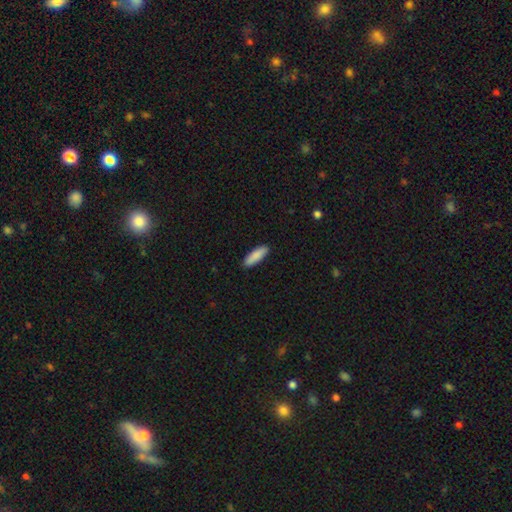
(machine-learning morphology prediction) Smooth or featured: smooth — 88% (featured or disk — 7%)
How rounded: in between — 50% (cigar-shaped — 49%)
Merging: none — 90% (minor disturbance — 7%)